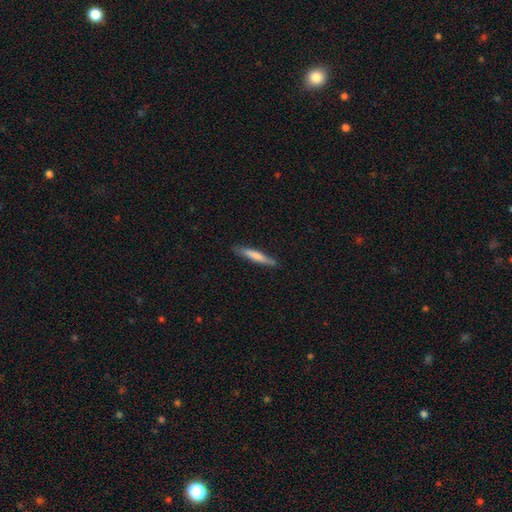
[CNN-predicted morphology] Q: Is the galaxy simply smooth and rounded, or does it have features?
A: smooth — 70%.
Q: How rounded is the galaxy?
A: cigar-shaped — 92%.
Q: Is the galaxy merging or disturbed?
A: none — 86%.